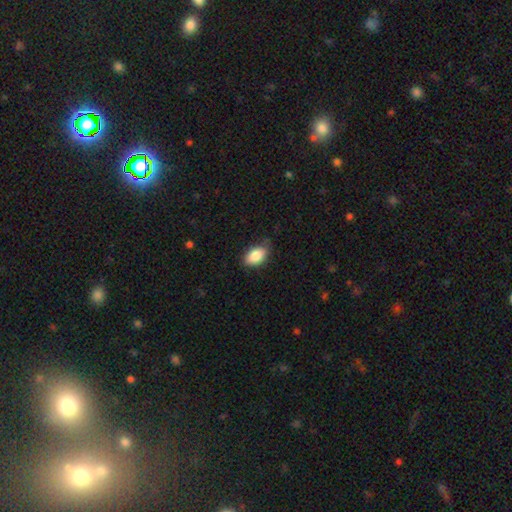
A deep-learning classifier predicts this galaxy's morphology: Q: Smooth or featured?
A: smooth (87%); runner-up: star or artifact (7%)
Q: How rounded?
A: in between (90%); runner-up: round (8%)
Q: Merging?
A: none (76%); runner-up: minor disturbance (20%)